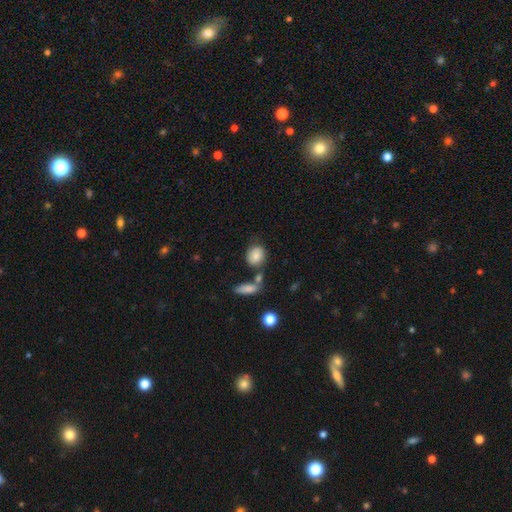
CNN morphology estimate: type=smooth (84%); roundness=round (63%); merging=none (62%).